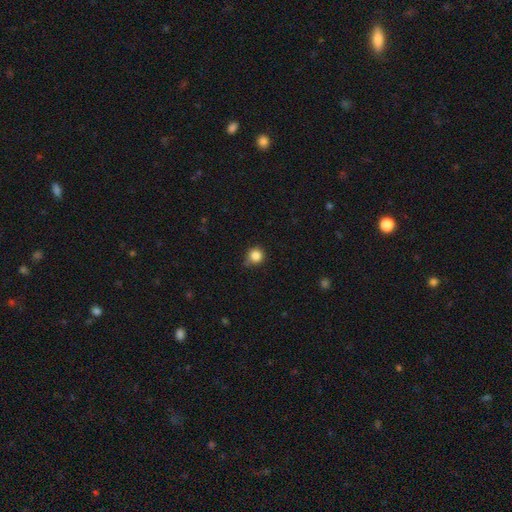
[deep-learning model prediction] Overall: smooth (84%). How rounded: round (92%). Merging: none (69%).